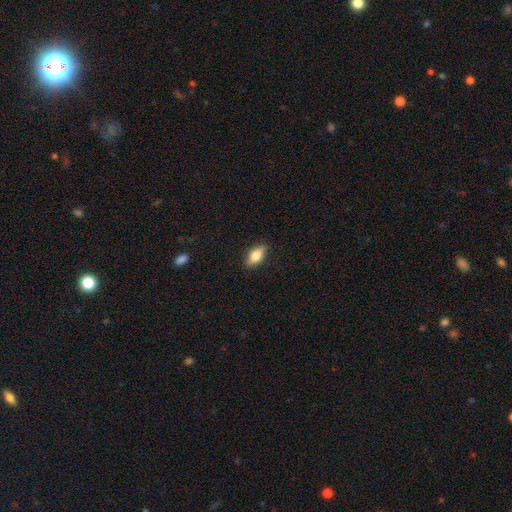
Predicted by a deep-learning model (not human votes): Morphology: type=smooth (70%); roundness=in between (84%); merging=none (85%).